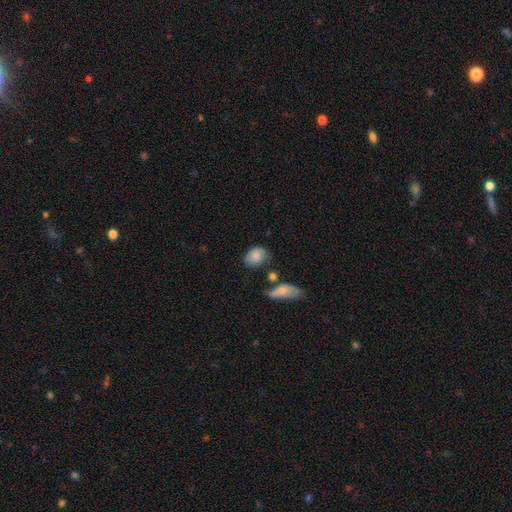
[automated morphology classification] This is likely a smooth galaxy (80%). How rounded: likely in between (70%). Merging: possibly none (50%).